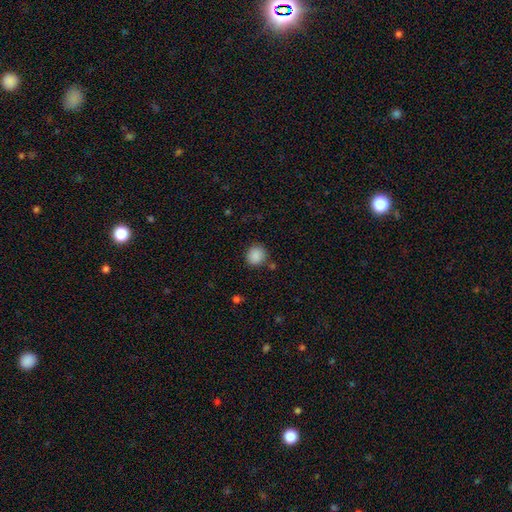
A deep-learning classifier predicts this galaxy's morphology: This is clearly a smooth galaxy (88%). How rounded: clearly round (87%). Merging: clearly none (83%).